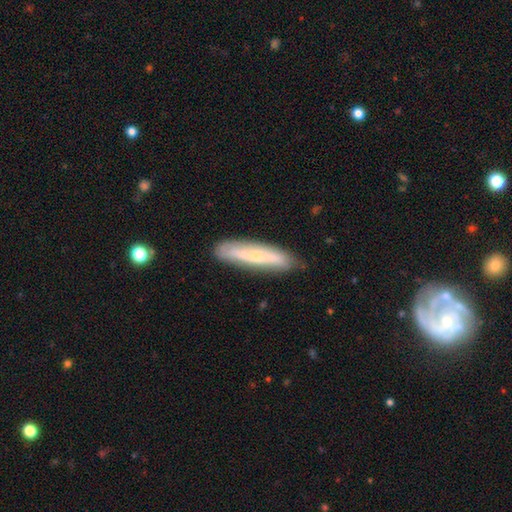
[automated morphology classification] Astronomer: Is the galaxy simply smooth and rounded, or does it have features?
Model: featured or disk — 50% (runner-up: smooth, 44%).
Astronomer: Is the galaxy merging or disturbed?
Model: none — 81%.